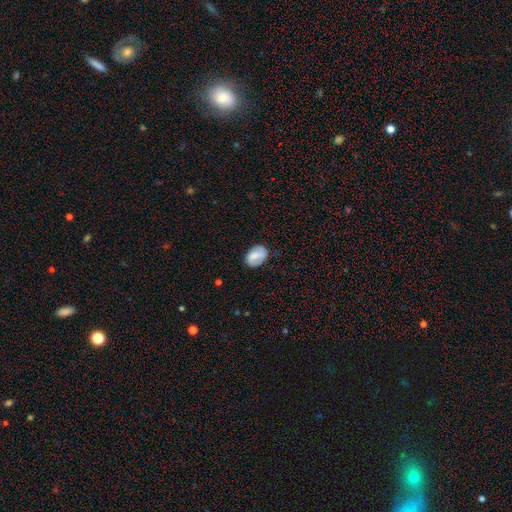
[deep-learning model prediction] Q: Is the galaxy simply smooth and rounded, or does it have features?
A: smooth — 59%.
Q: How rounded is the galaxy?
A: in between — 78%.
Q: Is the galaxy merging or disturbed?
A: none — 80%.